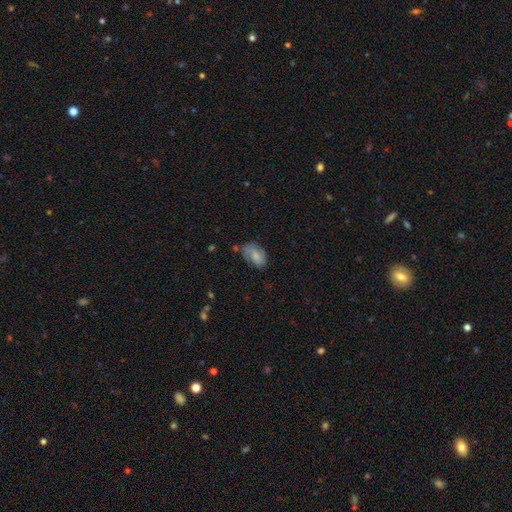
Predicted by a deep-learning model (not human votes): smooth_or_featured: smooth (p=0.70) [alt: featured or disk p=0.22]
how_rounded: in between (p=0.89) [alt: round p=0.09]
merging: none (p=0.51) [alt: minor disturbance p=0.32]